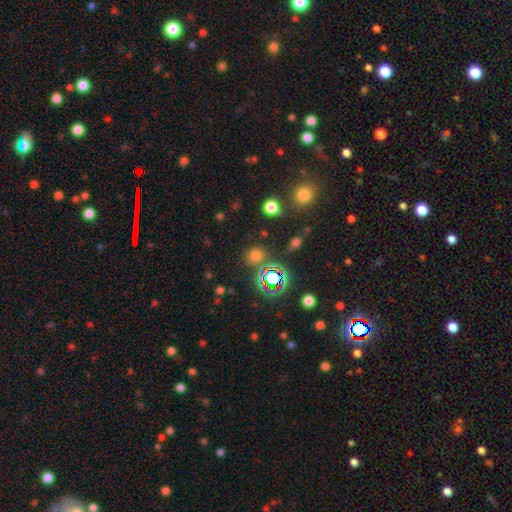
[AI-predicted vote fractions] This appears to be a smooth galaxy with no disk features (62%) that is round (83%). Merging: none (76%).